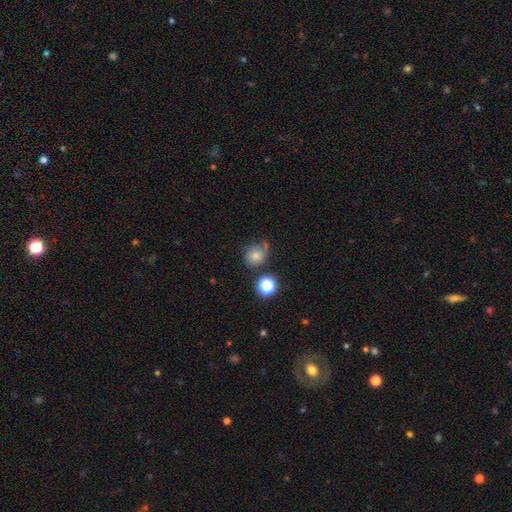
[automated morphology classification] The model was most divided on "merging": none: 53%, minor disturbance: 26%, merger: 11%, major disturbance: 10%. More confident: how rounded — round (73%); smooth or featured — smooth (71%).